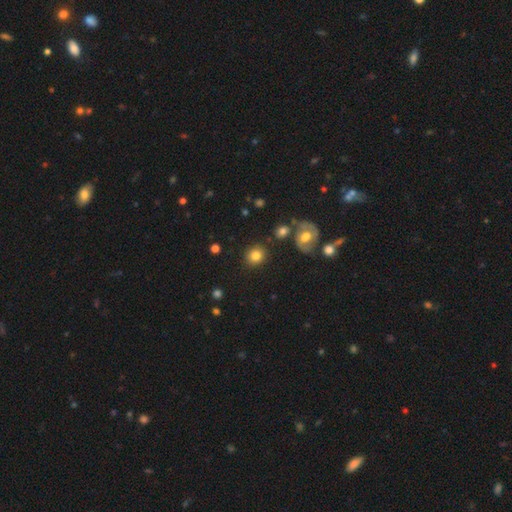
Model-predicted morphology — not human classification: smooth-or-featured: smooth: 82% | star or artifact: 9% | featured or disk: 8%
  how-rounded: round: 77% | in between: 22% | cigar-shaped: 1%
  merging: none: 83% | minor disturbance: 9% | merger: 4% | major disturbance: 3%